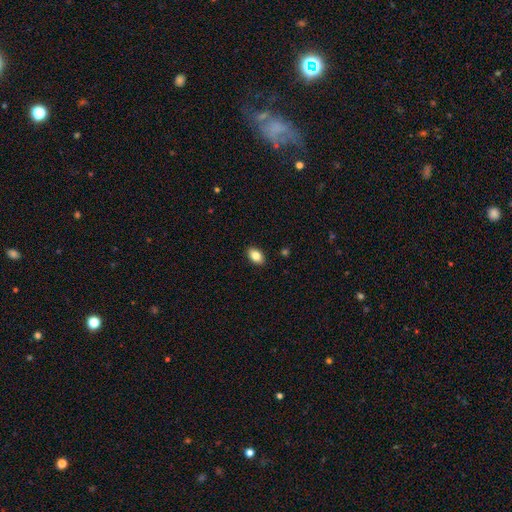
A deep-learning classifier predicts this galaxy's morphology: Q: Smooth or featured?
A: smooth (84%); runner-up: featured or disk (8%)
Q: How rounded?
A: in between (88%); runner-up: round (10%)
Q: Merging?
A: none (90%); runner-up: minor disturbance (7%)